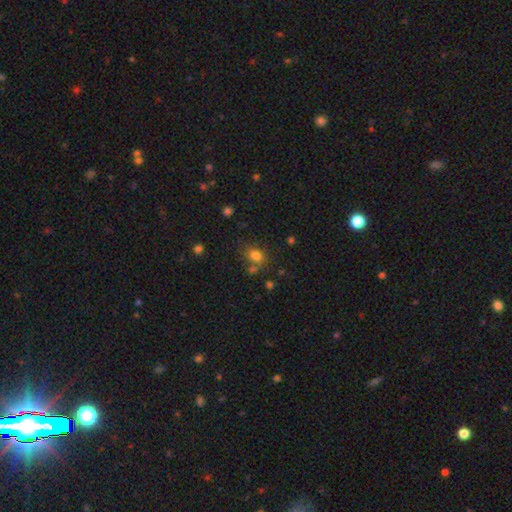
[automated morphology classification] Q: Smooth or featured?
A: smooth (80%); runner-up: star or artifact (12%)
Q: How rounded?
A: in between (66%); runner-up: round (33%)
Q: Merging?
A: none (66%); runner-up: minor disturbance (16%)